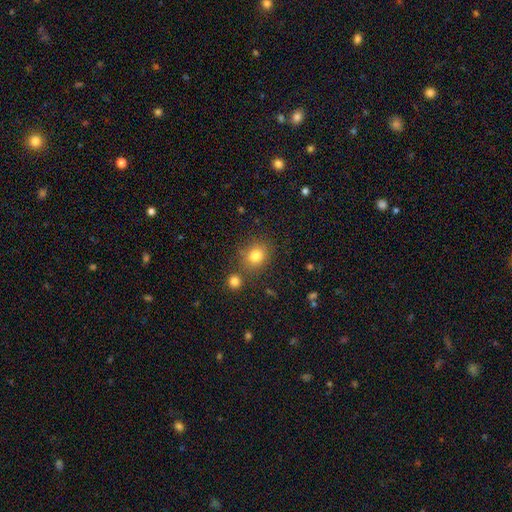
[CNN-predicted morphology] type=smooth (80%); roundness=round (68%); merging=none (75%).